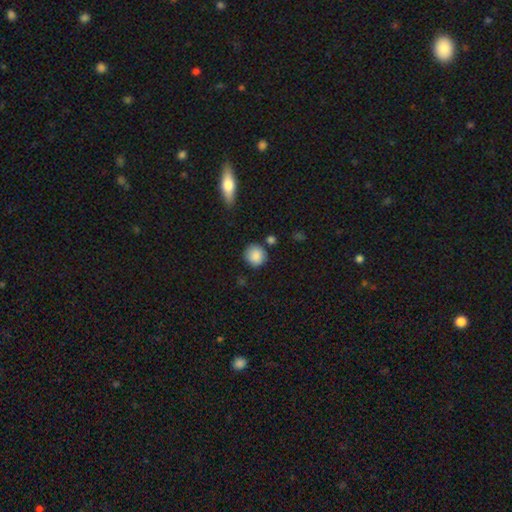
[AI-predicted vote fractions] This appears to be a smooth galaxy with no disk features (88%) that is round (90%). Merging: none (81%).